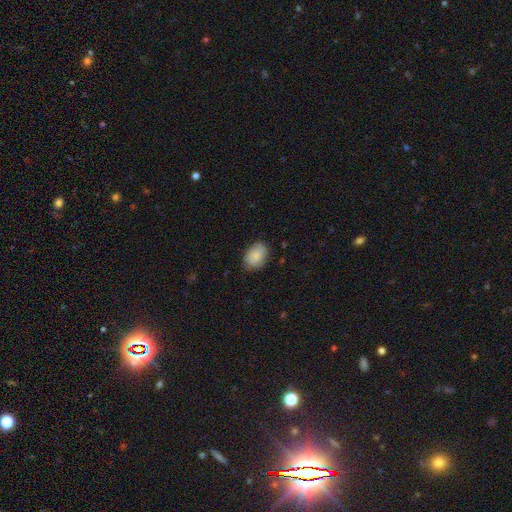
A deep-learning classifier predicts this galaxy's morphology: type=smooth (84%); roundness=in between (80%); merging=none (80%).